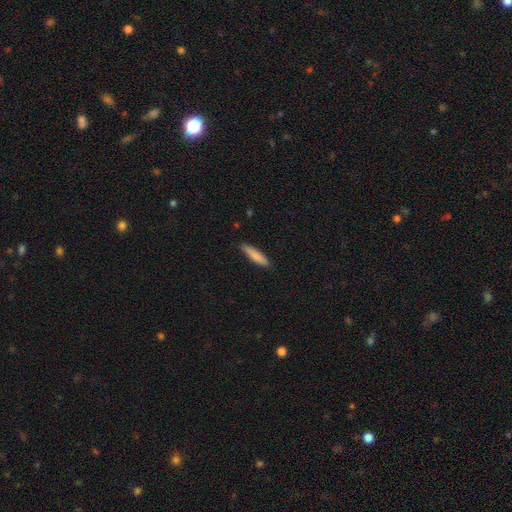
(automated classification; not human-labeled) smooth-or-featured: smooth: 83% | featured or disk: 12% | star or artifact: 6%
  how-rounded: cigar-shaped: 81% | in between: 18% | round: 1%
  merging: none: 86% | minor disturbance: 11% | major disturbance: 2% | merger: 1%